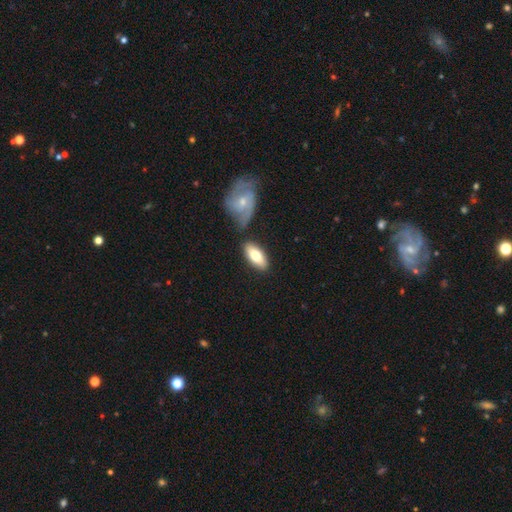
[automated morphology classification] smooth_or_featured: smooth (p=0.71) [alt: featured or disk p=0.23]
how_rounded: in between (p=0.84) [alt: cigar-shaped p=0.13]
merging: none (p=0.73) [alt: minor disturbance p=0.13]